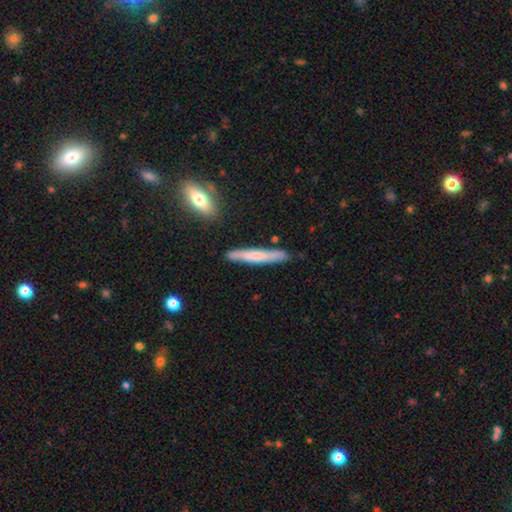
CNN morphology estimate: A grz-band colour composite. It shows a smooth galaxy with no disk features (58%) that is cigar-shaped (94%). Merging: none (81%).